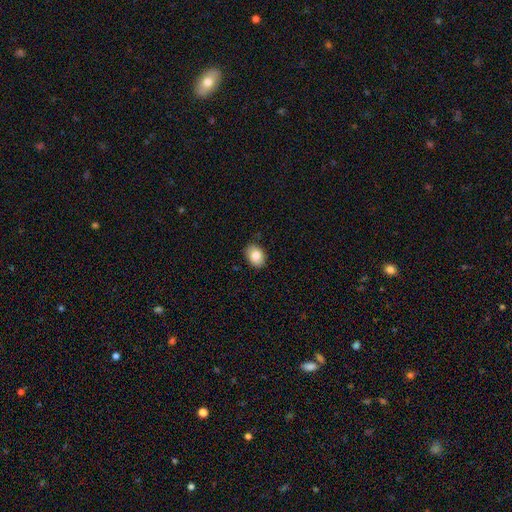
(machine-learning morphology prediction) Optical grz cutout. It shows a smooth galaxy with no disk features (85%) that is in between round and cigar-shaped (70%). Merging: none (86%).